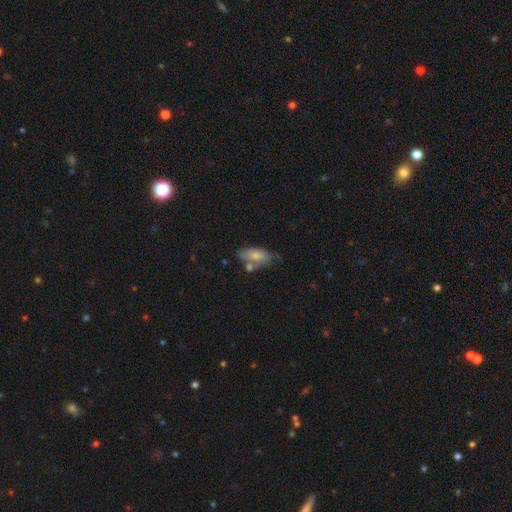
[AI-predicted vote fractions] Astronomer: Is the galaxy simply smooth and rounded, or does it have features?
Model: smooth — 75%.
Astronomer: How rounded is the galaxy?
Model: in between — 85%.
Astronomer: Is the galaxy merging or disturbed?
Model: none — 50%.